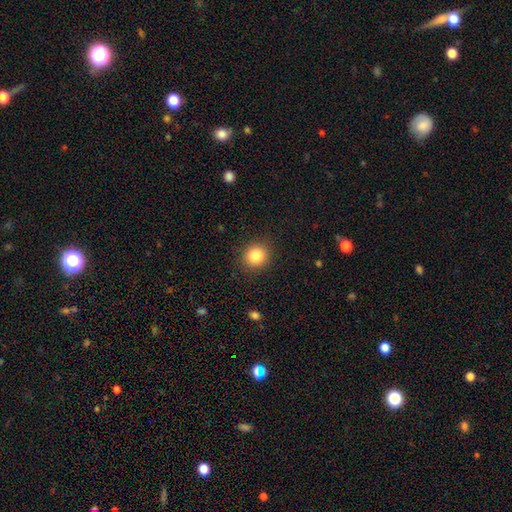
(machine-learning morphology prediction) This appears to be a smooth galaxy with no disk features (84%) that is round (87%). Merging: none (89%).